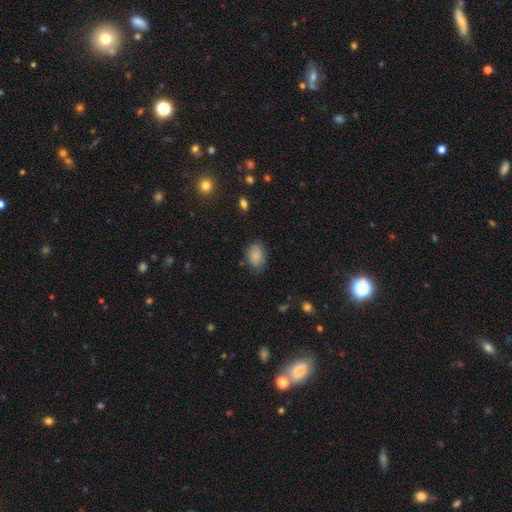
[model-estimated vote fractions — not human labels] This is clearly a smooth galaxy (86%). How rounded: clearly in between (83%). Merging: likely none (72%).